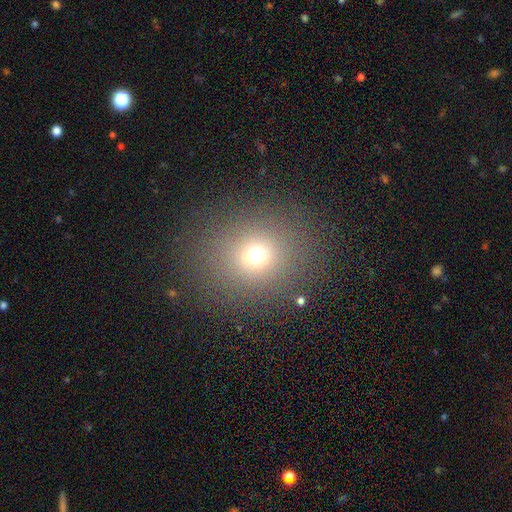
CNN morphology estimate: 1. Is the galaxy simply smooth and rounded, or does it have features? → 68% smooth, 22% star or artifact, 10% featured or disk.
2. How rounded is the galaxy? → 77% round, 22% in between, 1% cigar-shaped.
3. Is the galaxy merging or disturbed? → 86% none, 8% minor disturbance, 5% major disturbance, 2% merger.